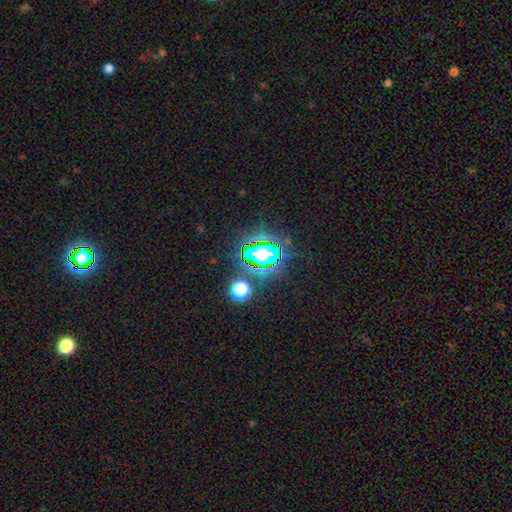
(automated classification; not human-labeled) The model was most divided on "smooth or featured": star or artifact: 58%, smooth: 29%, featured or disk: 13%.